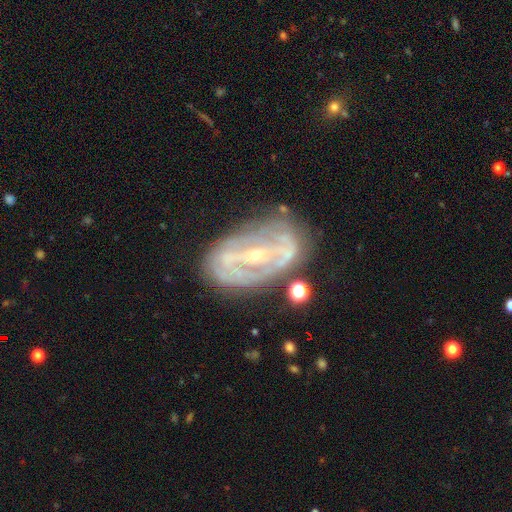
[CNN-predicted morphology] This is clearly a featured or disk galaxy (84%). It is clearly not viewed edge-on (92%). Bar: likely strong (61%). Spiral arm pattern: likely yes (67%). Spiral arm count: possibly 2 (54%). Spiral winding: possibly tight (54%). Central bulge: likely small (71%). Merging: likely none (72%).